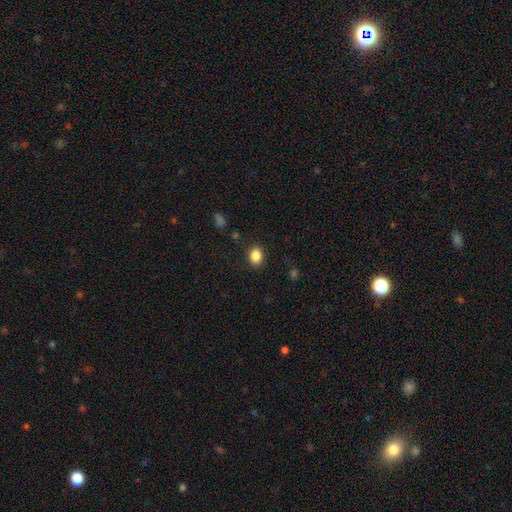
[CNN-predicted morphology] Smooth or featured: smooth — 86% (star or artifact — 10%)
How rounded: round — 50% (tied with in between — 50%)
Merging: none — 87% (minor disturbance — 9%)